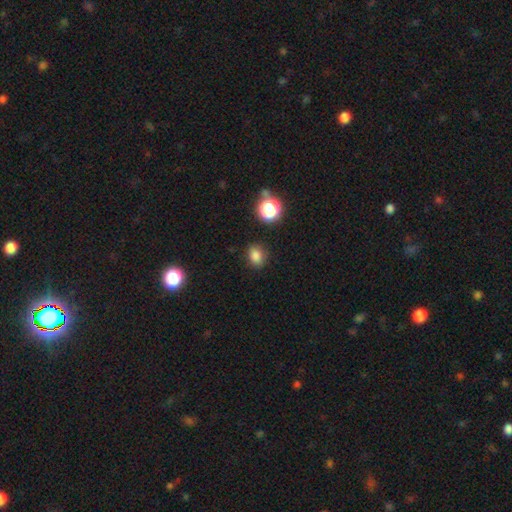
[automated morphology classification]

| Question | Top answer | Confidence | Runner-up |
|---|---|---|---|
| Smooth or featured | smooth | 81% | star or artifact (14%) |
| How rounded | round | 54% | in between (45%) |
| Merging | none | 85% | minor disturbance (10%) |